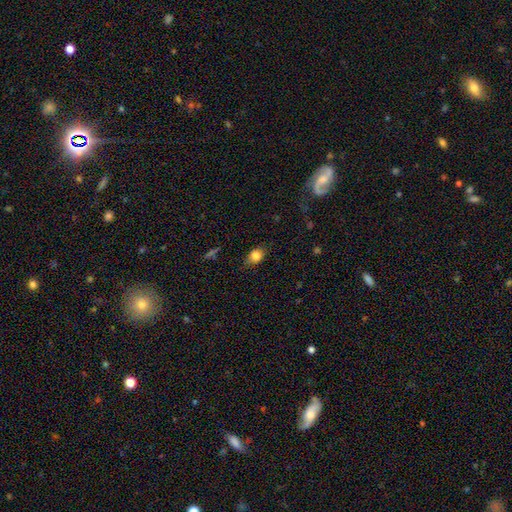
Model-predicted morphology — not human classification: Smooth or featured: smooth — 80% (star or artifact — 10%)
How rounded: in between — 67% (round — 30%)
Merging: none — 72% (minor disturbance — 21%)